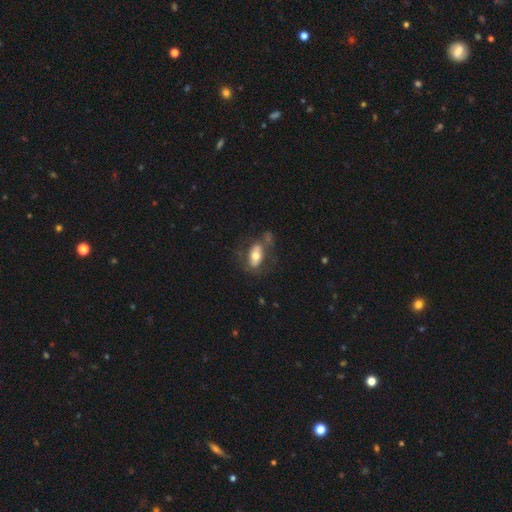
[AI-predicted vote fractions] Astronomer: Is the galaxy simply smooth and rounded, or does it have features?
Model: smooth — 57% (runner-up: featured or disk, 36%).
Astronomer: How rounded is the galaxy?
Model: in between — 86%.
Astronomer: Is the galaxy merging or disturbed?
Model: none — 52%.